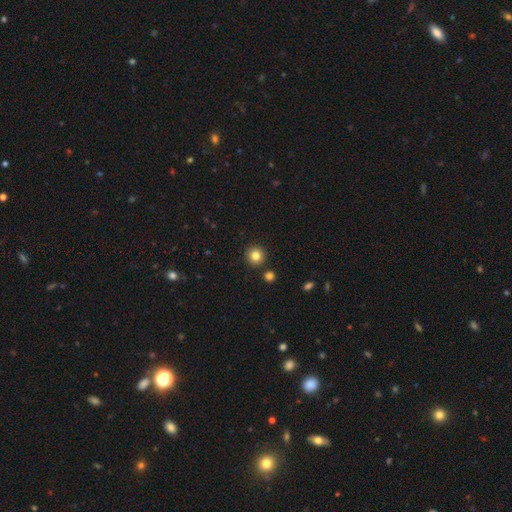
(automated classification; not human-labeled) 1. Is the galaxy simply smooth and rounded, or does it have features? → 82% smooth, 12% star or artifact, 6% featured or disk.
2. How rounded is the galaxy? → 94% round, 6% in between, 1% cigar-shaped.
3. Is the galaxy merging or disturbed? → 88% none, 6% minor disturbance, 4% merger, 2% major disturbance.